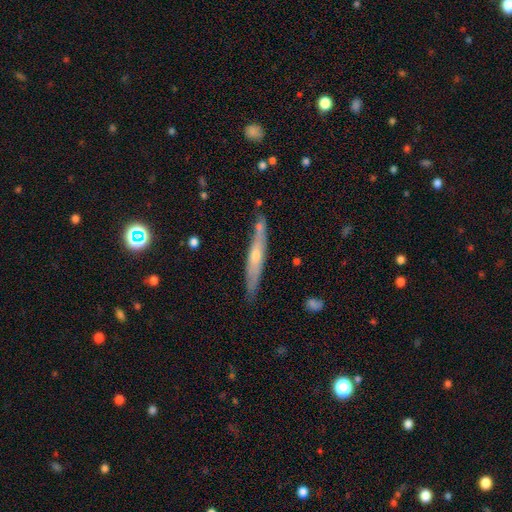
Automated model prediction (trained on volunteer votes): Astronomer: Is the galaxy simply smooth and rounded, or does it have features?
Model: featured or disk — 67%.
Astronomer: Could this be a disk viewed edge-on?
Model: yes — 93%.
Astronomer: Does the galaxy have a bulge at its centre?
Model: rounded — 78%.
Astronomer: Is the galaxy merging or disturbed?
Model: none — 85%.